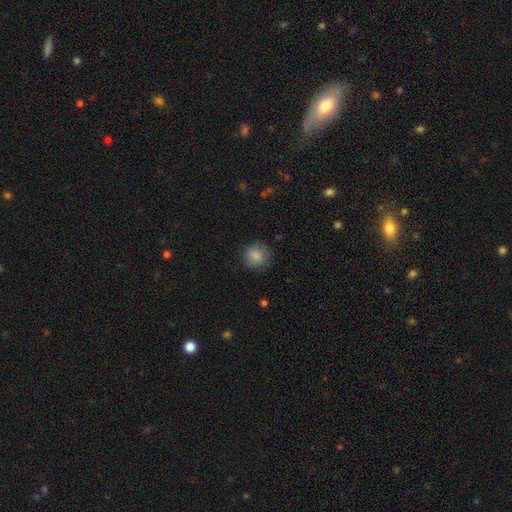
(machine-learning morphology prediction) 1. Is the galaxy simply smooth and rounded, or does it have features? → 85% smooth, 8% star or artifact, 7% featured or disk.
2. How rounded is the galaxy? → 87% round, 12% in between, 1% cigar-shaped.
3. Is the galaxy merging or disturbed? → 82% none, 13% minor disturbance, 4% major disturbance, 1% merger.